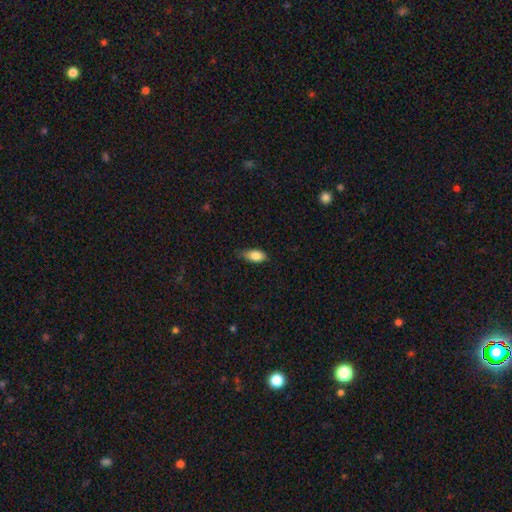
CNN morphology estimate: type=smooth (84%); roundness=in between (88%); merging=none (64%).